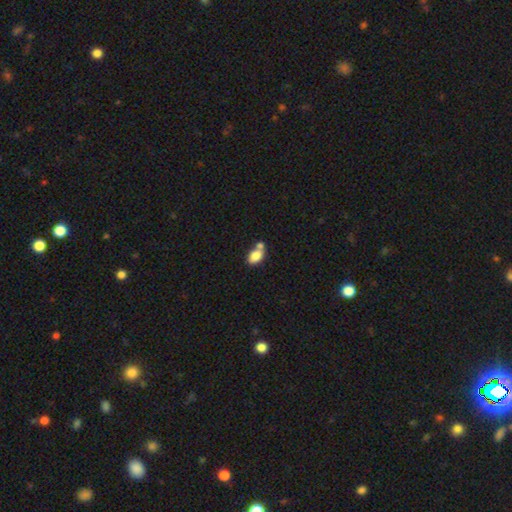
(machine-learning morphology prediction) The model was most divided on "merging": merger: 43%, none: 40%, minor disturbance: 12%, major disturbance: 4%. More confident: how rounded — in between (85%); smooth or featured — smooth (82%).